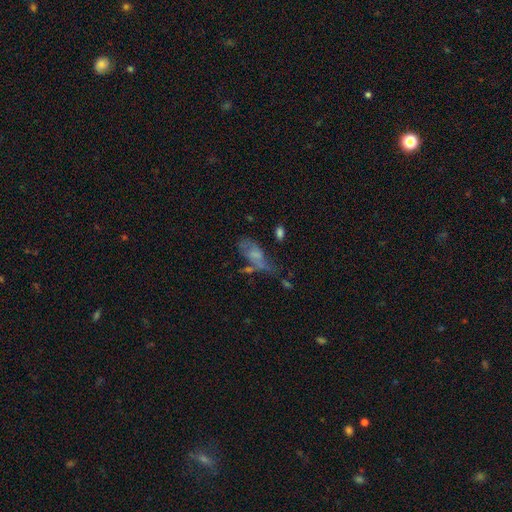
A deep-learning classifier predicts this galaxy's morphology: A smooth galaxy with no disk features (46%).

Vote fractions:
- Smooth or featured? smooth: 46% / featured or disk: 41% / star or artifact: 13%
- Merging? major disturbance: 30% (tied) / none: 30% (tied) / minor disturbance: 24% / merger: 16%